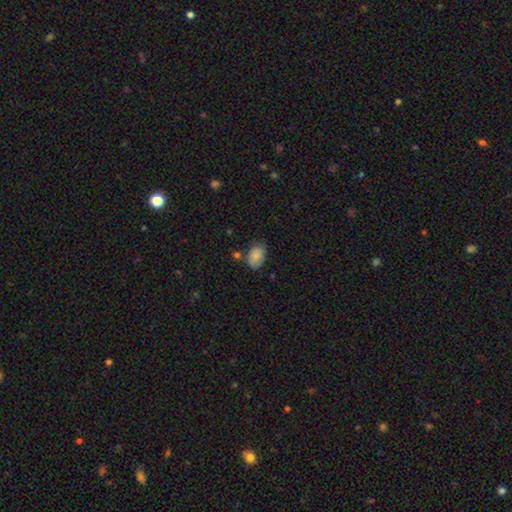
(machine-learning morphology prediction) smooth 84%, featured or disk 8%, star or artifact 8%. Down the decision tree: how rounded — in between (85%); merging — none (66%).